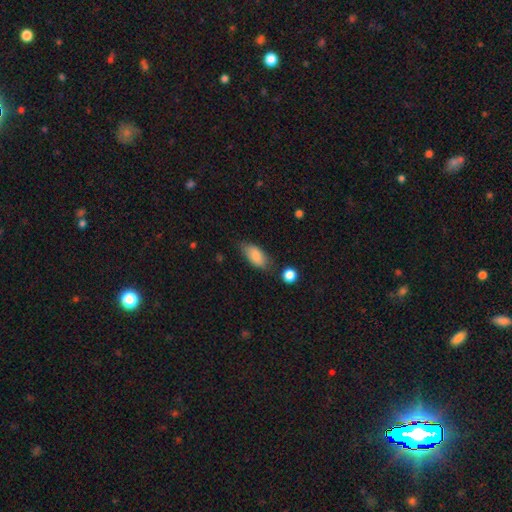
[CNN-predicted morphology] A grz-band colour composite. It shows a smooth galaxy with no disk features (83%) that is in between round and cigar-shaped (88%). Merging: none (68%).